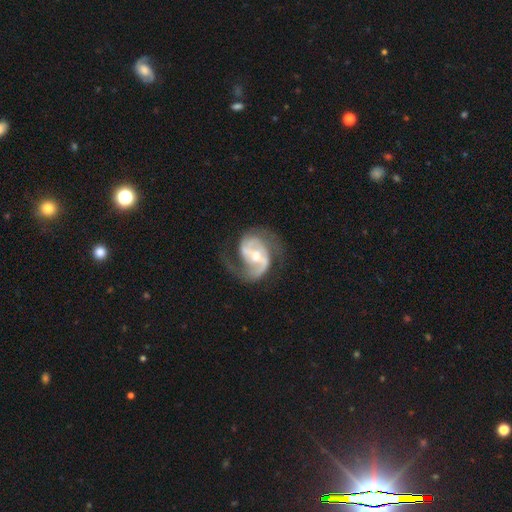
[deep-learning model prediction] Overall: featured or disk (89%). Edge-on disk: no (98%). Bar: weak (46%; no 30%). Spiral arms: yes (96%). Spiral arm count: 2 (80%). Spiral winding: medium (52%; loose 28%). Bulge size: moderate (63%; small 30%). Merging: none (58%; major disturbance 20%).